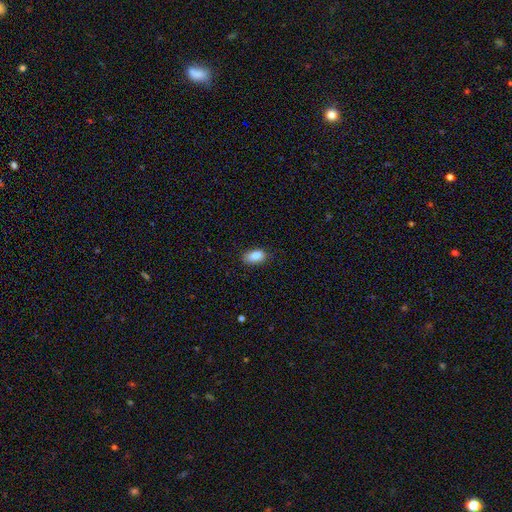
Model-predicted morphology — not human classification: Smooth or featured? Predicted: smooth (p=0.86). How rounded? Predicted: in between (p=0.91). Merging? Predicted: none (p=0.80).